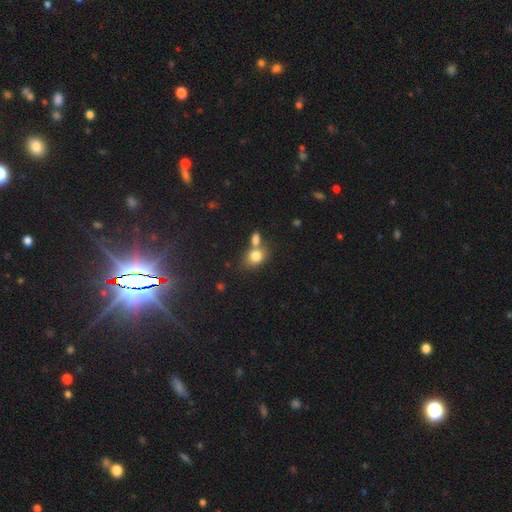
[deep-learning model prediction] Morphology: type=smooth (80%); roundness=in between (55%); merging=merger (45%).